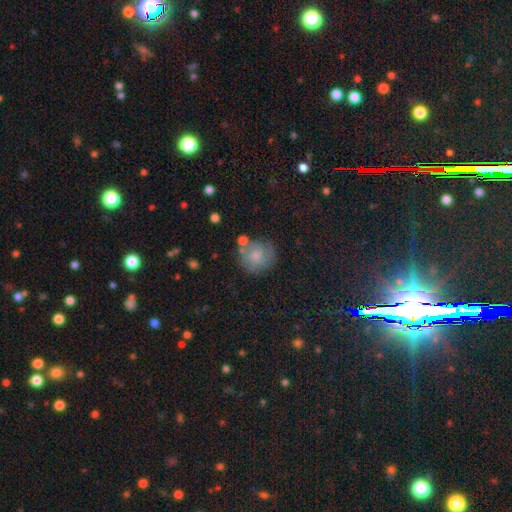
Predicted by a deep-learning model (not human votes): Smooth or featured? Predicted: smooth (p=0.59). How rounded? Predicted: round (p=0.86). Merging? Predicted: none (p=0.59).